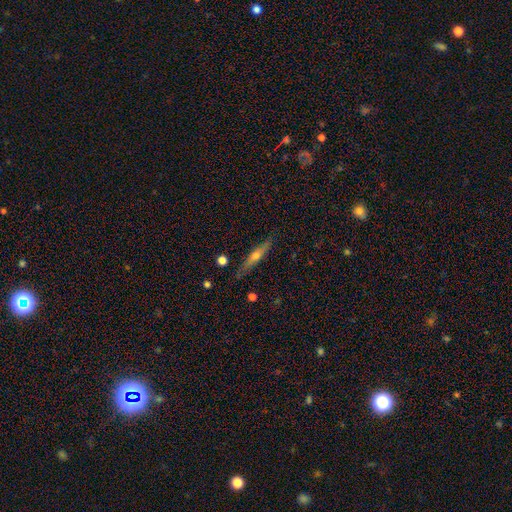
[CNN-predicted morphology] smooth_or_featured: featured or disk (p=0.58) [alt: smooth p=0.35]
disk_edge_on: yes (p=0.93) [alt: no p=0.07]
edge_on_bulge: rounded (p=0.84) [alt: none p=0.11]
merging: none (p=0.85) [alt: minor disturbance p=0.11]